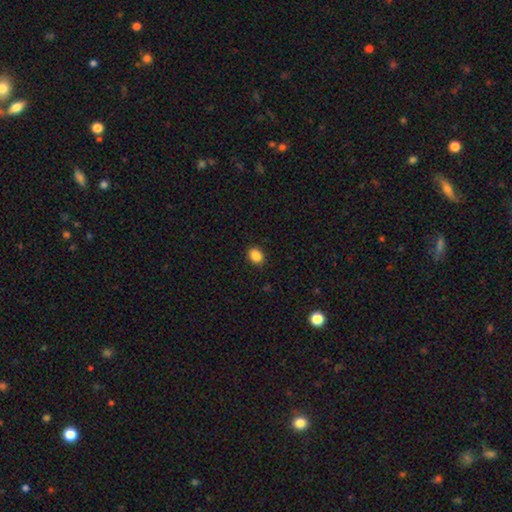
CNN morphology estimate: Overall: smooth (87%). How rounded: in between (61%; round 38%). Merging: none (89%).